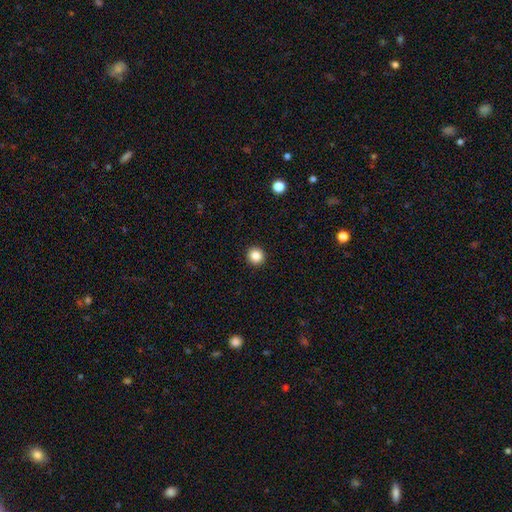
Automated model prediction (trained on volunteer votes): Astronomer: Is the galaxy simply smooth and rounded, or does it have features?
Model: smooth — 86%.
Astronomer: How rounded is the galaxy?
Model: round — 93%.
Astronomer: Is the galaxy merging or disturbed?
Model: none — 93%.